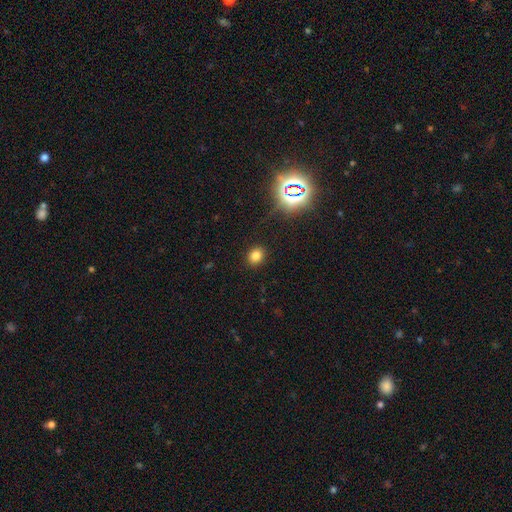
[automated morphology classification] Smooth or featured?
  - smooth: 78% *
  - star or artifact: 16%
  - featured or disk: 5%
How rounded?
  - round: 67% *
  - in between: 32%
  - cigar-shaped: 1%
Merging?
  - none: 90% *
  - minor disturbance: 7%
  - major disturbance: 2%
  - merger: 1%